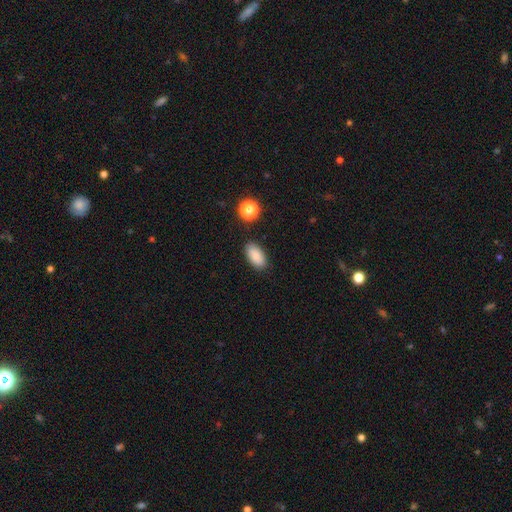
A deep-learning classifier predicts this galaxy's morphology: Smooth or featured? Predicted: smooth (p=0.87). How rounded? Predicted: in between (p=0.93). Merging? Predicted: none (p=0.86).